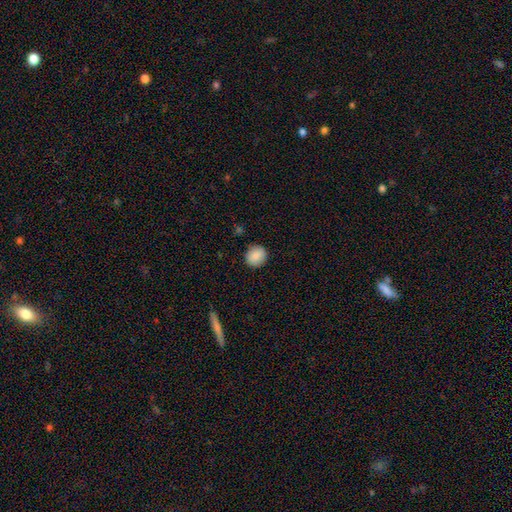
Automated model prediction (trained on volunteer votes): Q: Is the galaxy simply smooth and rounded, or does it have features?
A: smooth — 88%.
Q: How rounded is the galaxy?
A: round — 86%.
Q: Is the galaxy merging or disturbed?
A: none — 90%.